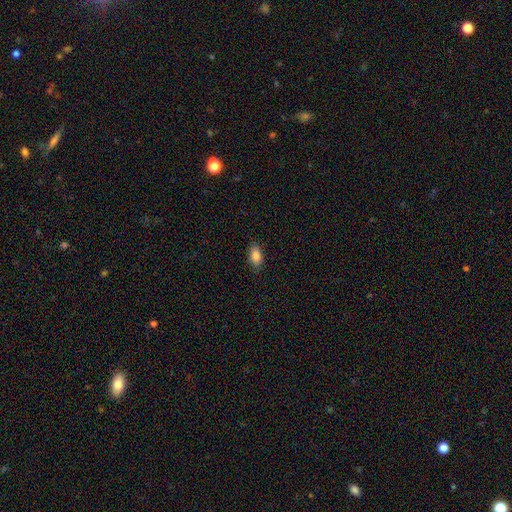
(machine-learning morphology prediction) Q: Smooth or featured?
A: smooth (86%); runner-up: star or artifact (8%)
Q: How rounded?
A: in between (90%); runner-up: cigar-shaped (5%)
Q: Merging?
A: none (84%); runner-up: minor disturbance (12%)